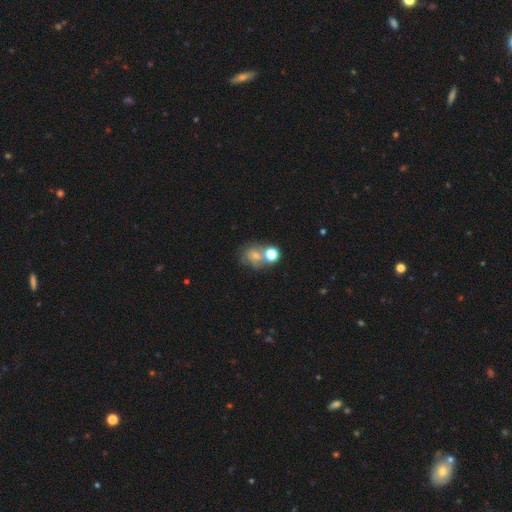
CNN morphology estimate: Smooth or featured? Predicted: smooth (p=0.57). How rounded? Predicted: round (p=0.67). Merging? Predicted: none (p=0.41).